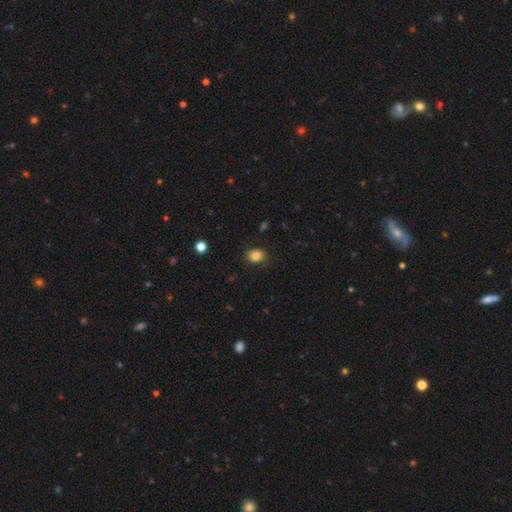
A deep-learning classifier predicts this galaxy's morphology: A smooth galaxy with no disk features (85%) that is round (60%).

Vote fractions:
- Smooth or featured? smooth: 85% / star or artifact: 11% / featured or disk: 5%
- How rounded? round: 60% / in between: 39% / cigar-shaped: 1%
- Merging? none: 84% / minor disturbance: 12% / major disturbance: 3% / merger: 1%